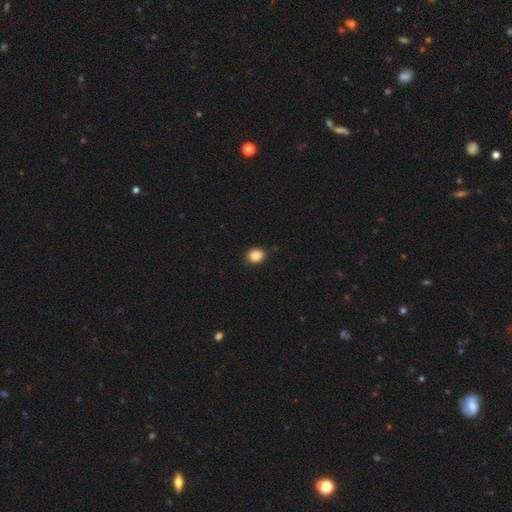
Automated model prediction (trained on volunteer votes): This appears to be a smooth galaxy with no disk features (88%) that is round (55%). Merging: none (89%).